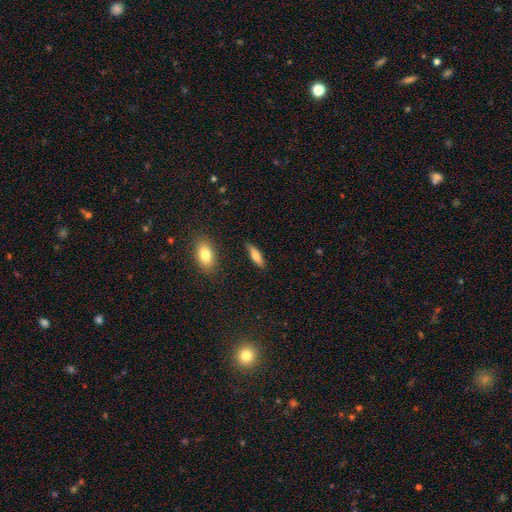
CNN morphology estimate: Q: Smooth or featured?
A: smooth (70%); runner-up: featured or disk (23%)
Q: How rounded?
A: cigar-shaped (56%); runner-up: in between (41%)
Q: Merging?
A: none (83%); runner-up: minor disturbance (12%)